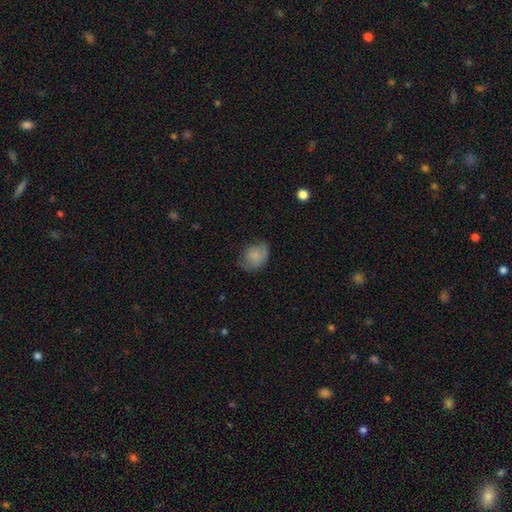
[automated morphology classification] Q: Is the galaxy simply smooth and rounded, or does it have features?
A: smooth — 70%.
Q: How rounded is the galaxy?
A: in between — 57%.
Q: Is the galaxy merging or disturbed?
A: none — 55%.